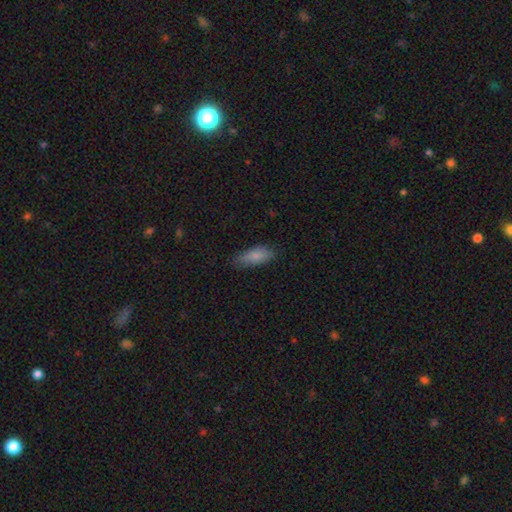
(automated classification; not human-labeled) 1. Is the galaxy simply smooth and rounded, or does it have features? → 82% smooth, 11% featured or disk, 7% star or artifact.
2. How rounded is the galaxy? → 76% in between, 22% cigar-shaped, 2% round.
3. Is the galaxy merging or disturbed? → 73% none, 22% minor disturbance, 4% major disturbance, 1% merger.